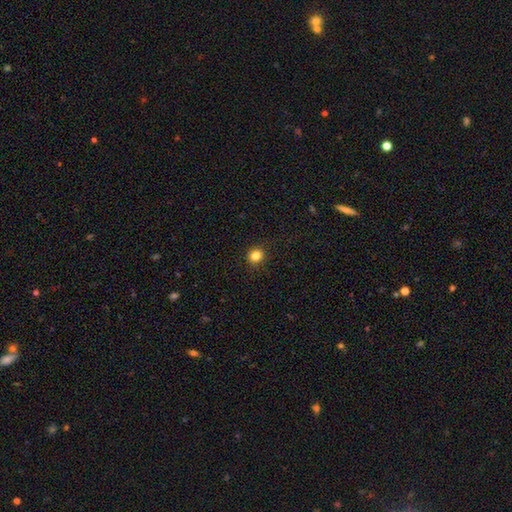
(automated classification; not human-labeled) smooth-or-featured: smooth: 83% | star or artifact: 12% | featured or disk: 5%
  how-rounded: round: 89% | in between: 10% | cigar-shaped: 1%
  merging: none: 92% | minor disturbance: 6% | major disturbance: 2% | merger: 1%